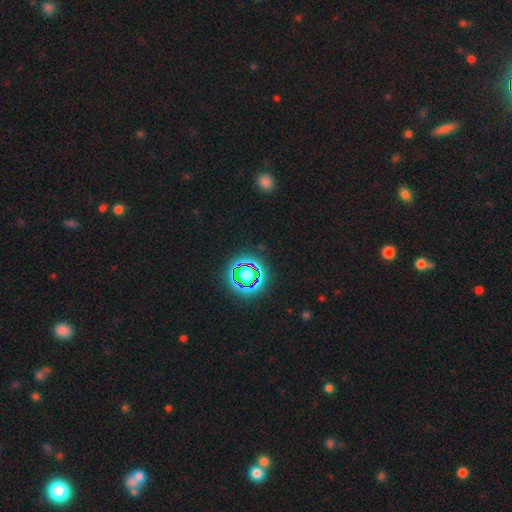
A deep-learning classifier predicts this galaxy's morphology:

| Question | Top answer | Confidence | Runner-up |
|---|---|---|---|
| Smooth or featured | star or artifact | 79% | smooth (14%) |